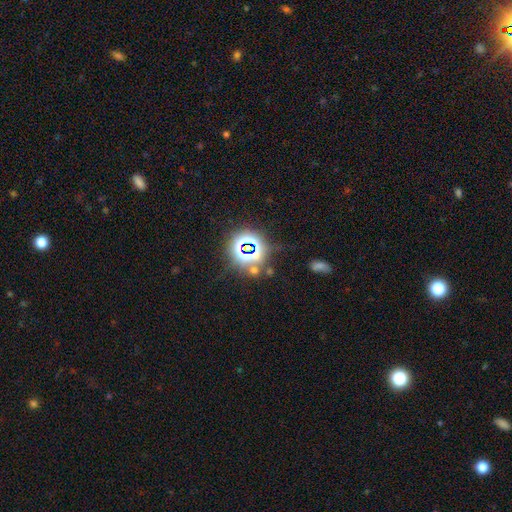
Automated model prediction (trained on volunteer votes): Smooth or featured?
  - star or artifact: 68% *
  - smooth: 23%
  - featured or disk: 9%